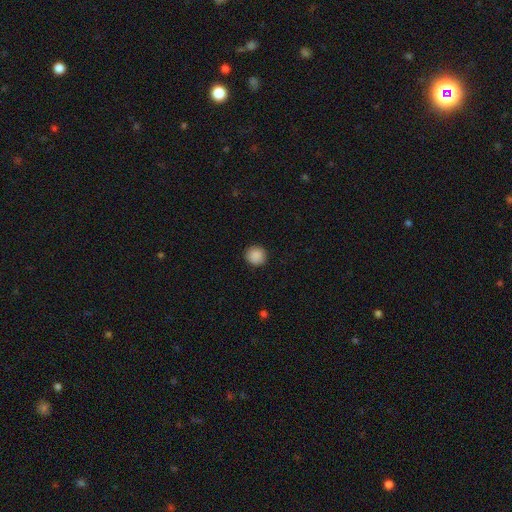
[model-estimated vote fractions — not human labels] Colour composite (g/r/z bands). It shows a smooth galaxy with no disk features (89%) that is round (93%). Merging: none (91%).